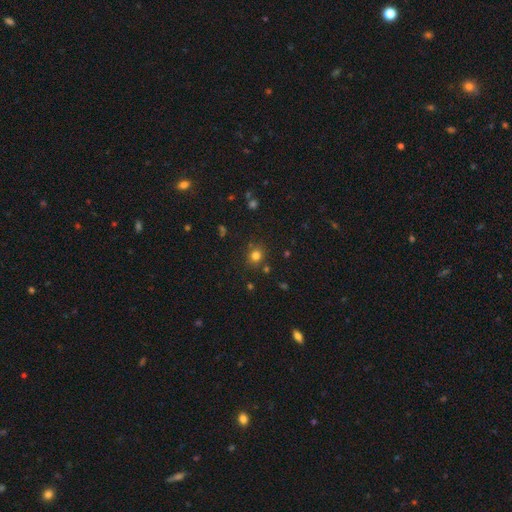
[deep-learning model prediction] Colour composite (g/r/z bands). It shows a smooth galaxy with no disk features (78%) that is round (82%). Merging: none (82%).